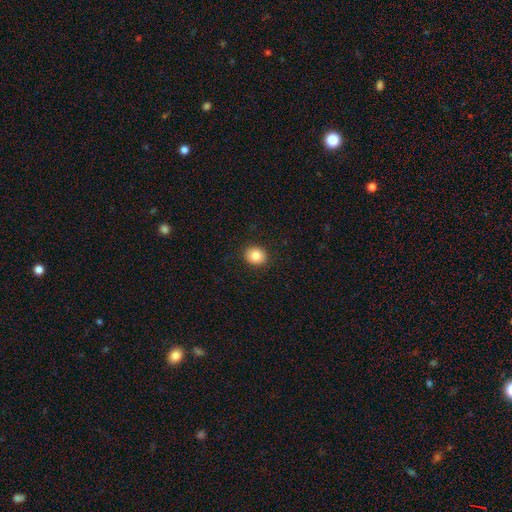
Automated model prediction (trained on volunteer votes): Smooth or featured? smooth (84%)
How rounded? round (70%)
Merging? none (91%)